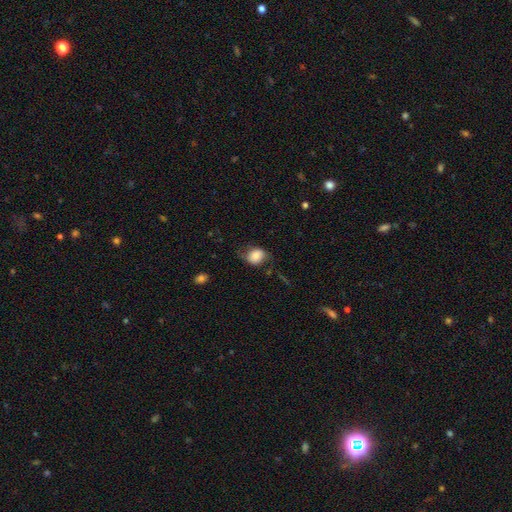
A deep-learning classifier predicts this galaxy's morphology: smooth-or-featured: smooth: 70% | featured or disk: 21% | star or artifact: 9%
  how-rounded: in between: 50% | round: 49% | cigar-shaped: 1%
  merging: none: 58% | minor disturbance: 27% | major disturbance: 13% | merger: 2%